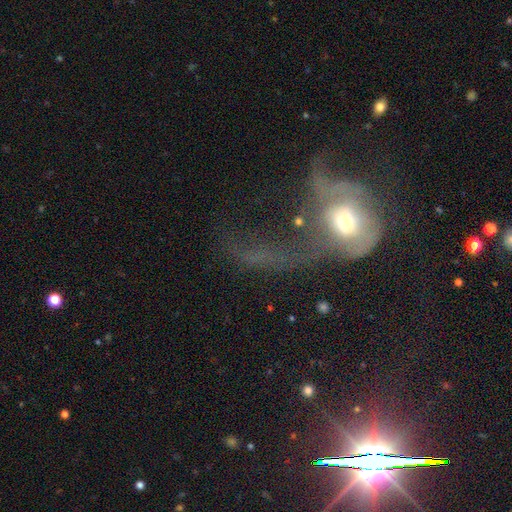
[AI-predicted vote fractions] A featured or disk galaxy (51%).

Vote fractions:
- Smooth or featured? featured or disk: 51% / smooth: 29% / star or artifact: 19%
- Edge-on disk? no: 92% / yes: 8%
- Merging? major disturbance: 62% / none: 15% / merger: 13% / minor disturbance: 10%